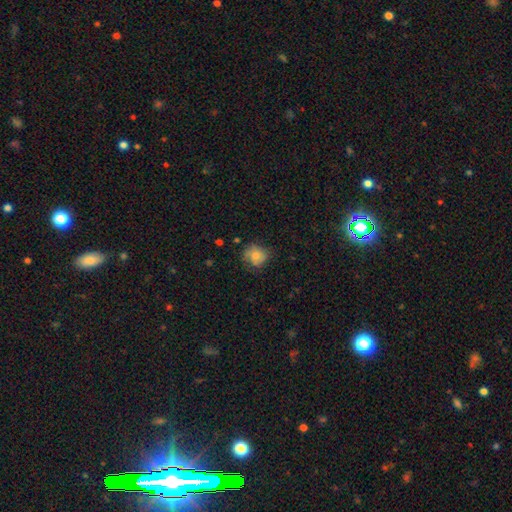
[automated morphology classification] This is likely a smooth galaxy (66%). How rounded: likely round (72%). Merging: likely none (60%).